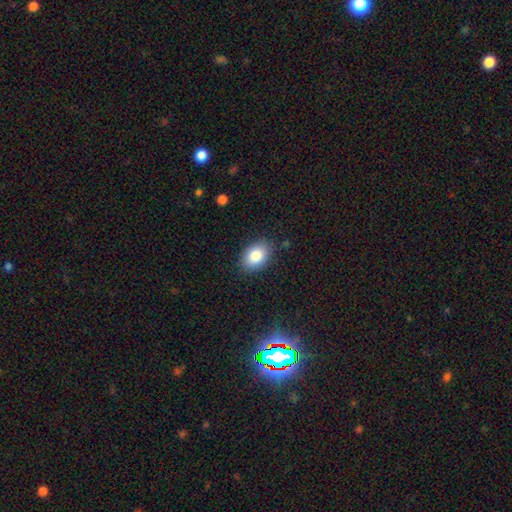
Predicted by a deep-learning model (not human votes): Smooth or featured?
  - smooth: 86% *
  - star or artifact: 7%
  - featured or disk: 6%
How rounded?
  - in between: 82% *
  - round: 17%
  - cigar-shaped: 1%
Merging?
  - none: 85% *
  - minor disturbance: 11%
  - major disturbance: 3%
  - merger: 1%